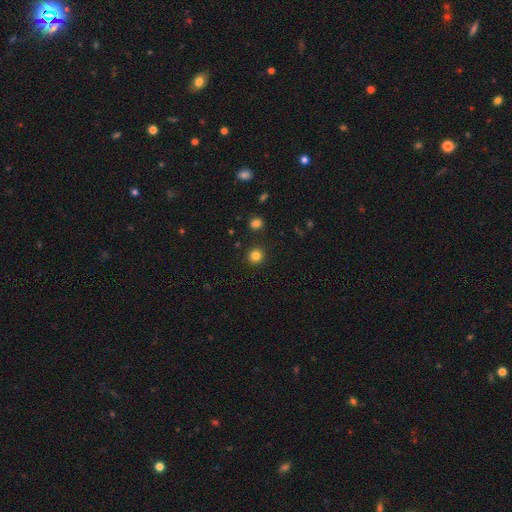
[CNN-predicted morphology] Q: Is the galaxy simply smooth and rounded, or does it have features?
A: smooth — 83%.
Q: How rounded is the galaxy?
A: round — 94%.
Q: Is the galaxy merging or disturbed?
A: none — 91%.